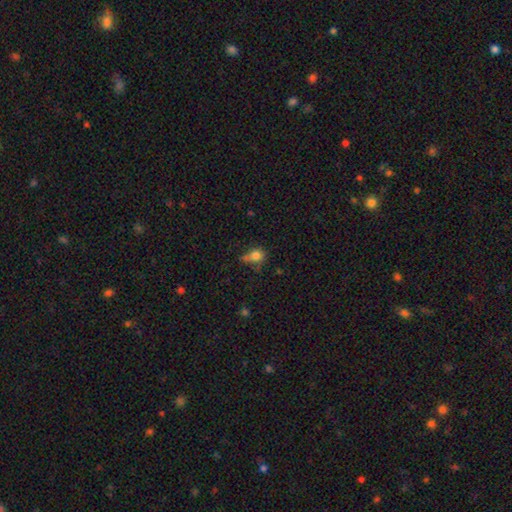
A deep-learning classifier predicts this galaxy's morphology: Q: Smooth or featured?
A: smooth (77%); runner-up: star or artifact (13%)
Q: How rounded?
A: round (59%); runner-up: in between (39%)
Q: Merging?
A: none (41%); runner-up: minor disturbance (30%)